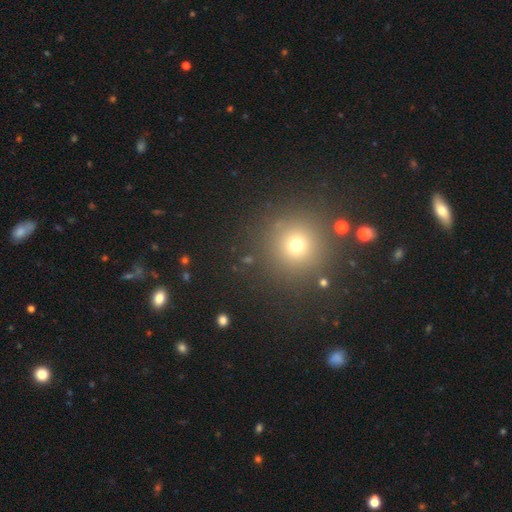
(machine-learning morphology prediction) Smooth or featured? smooth (55%)
How rounded? round (94%)
Merging? none (88%)